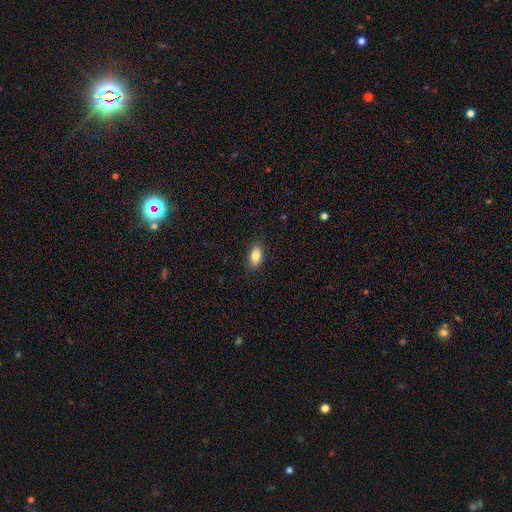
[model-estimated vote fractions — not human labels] A smooth galaxy with no disk features (83%) that is in between round and cigar-shaped (90%).

Vote fractions:
- Smooth or featured? smooth: 83% / featured or disk: 9% / star or artifact: 8%
- How rounded? in between: 90% / round: 6% / cigar-shaped: 4%
- Merging? none: 84% / minor disturbance: 12% / major disturbance: 2% / merger: 1%